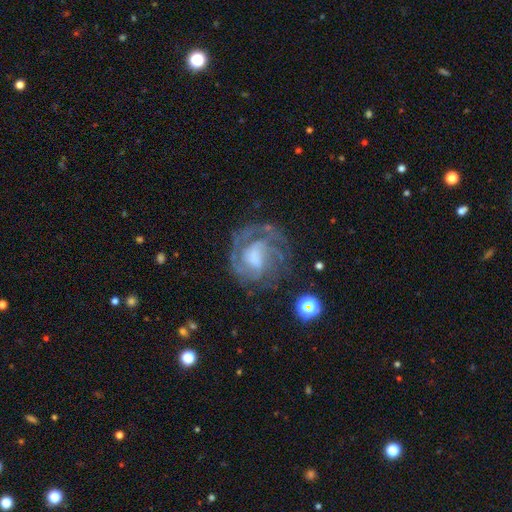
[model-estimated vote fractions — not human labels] A featured or disk galaxy (81%) with a weak bar (44%), 2 (34%) tight (60%) spiral arms (93%) and a moderate central bulge (39%). Merging: none (70%).